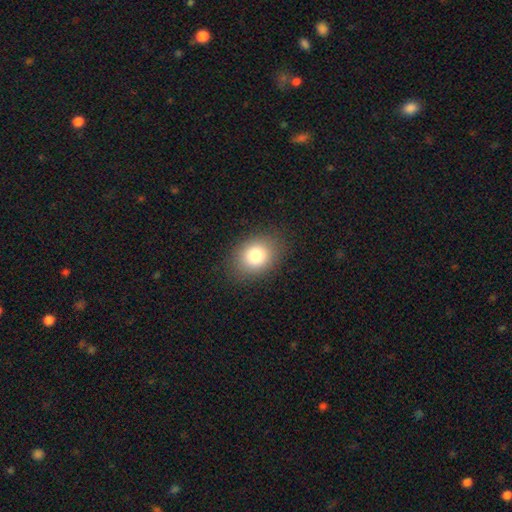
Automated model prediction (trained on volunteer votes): A smooth galaxy with no disk features (82%) that is in between round and cigar-shaped (60%).

Vote fractions:
- Smooth or featured? smooth: 82% / star or artifact: 10% / featured or disk: 9%
- How rounded? in between: 60% / round: 39% / cigar-shaped: 1%
- Merging? none: 85% / minor disturbance: 10% / major disturbance: 4% / merger: 1%